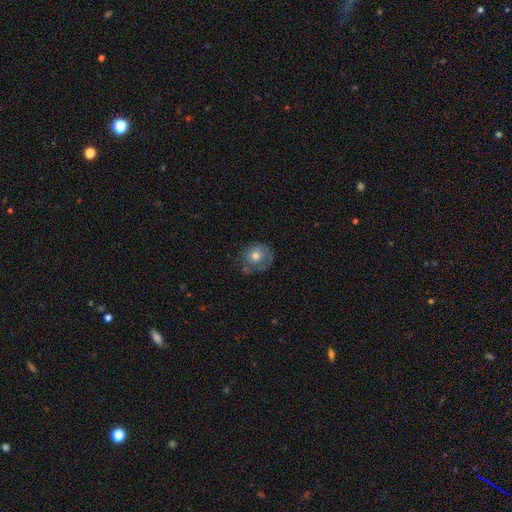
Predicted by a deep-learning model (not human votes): smooth_or_featured: smooth (p=0.65) [alt: featured or disk p=0.25]
how_rounded: round (p=0.74) [alt: in between p=0.25]
merging: none (p=0.57) [alt: minor disturbance p=0.27]